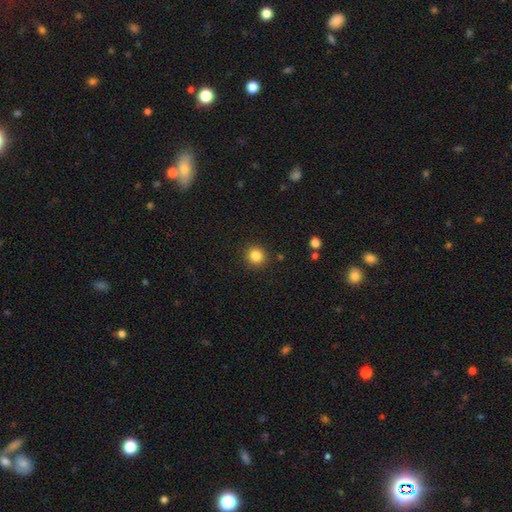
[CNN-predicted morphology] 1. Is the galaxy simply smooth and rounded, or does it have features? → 84% smooth, 11% star or artifact, 5% featured or disk.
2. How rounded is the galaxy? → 93% round, 6% in between, 1% cigar-shaped.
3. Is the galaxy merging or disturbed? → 91% none, 6% minor disturbance, 2% major disturbance, 2% merger.